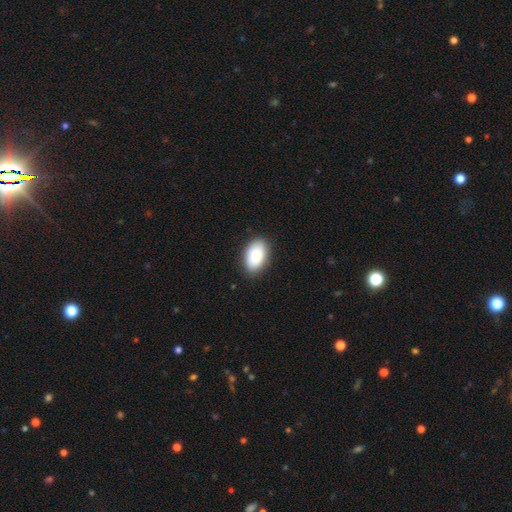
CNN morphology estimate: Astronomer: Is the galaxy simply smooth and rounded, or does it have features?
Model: smooth — 86%.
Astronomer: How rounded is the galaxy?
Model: in between — 93%.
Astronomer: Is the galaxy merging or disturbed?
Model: none — 86%.